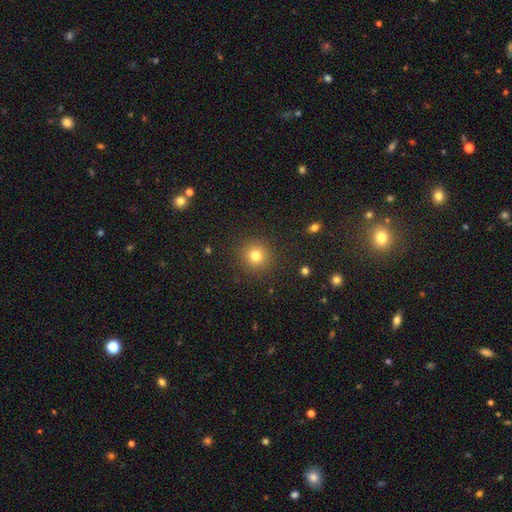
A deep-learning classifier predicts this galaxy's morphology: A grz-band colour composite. It shows a smooth galaxy with no disk features (78%) that is round (92%). Merging: none (89%).